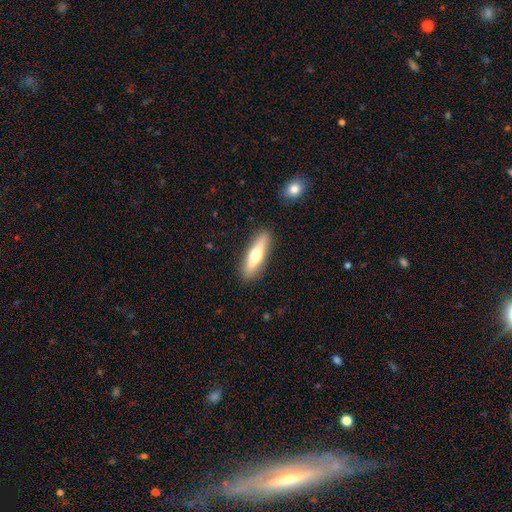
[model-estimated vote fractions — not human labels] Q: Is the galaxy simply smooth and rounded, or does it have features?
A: smooth — 53%.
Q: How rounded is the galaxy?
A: cigar-shaped — 72%.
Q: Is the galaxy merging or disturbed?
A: none — 89%.